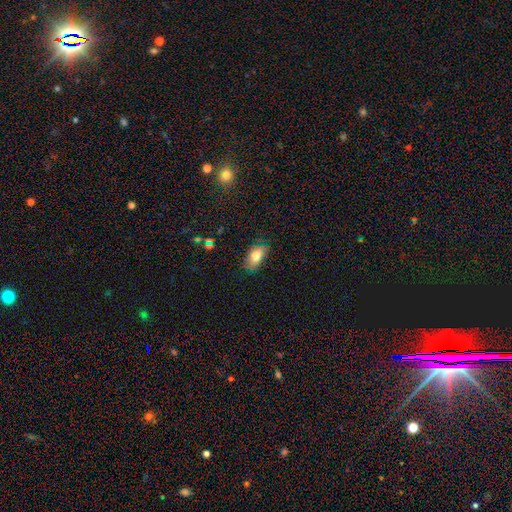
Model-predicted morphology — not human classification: A smooth galaxy with no disk features (76%) that is in between round and cigar-shaped (90%). Merging: none (74%).